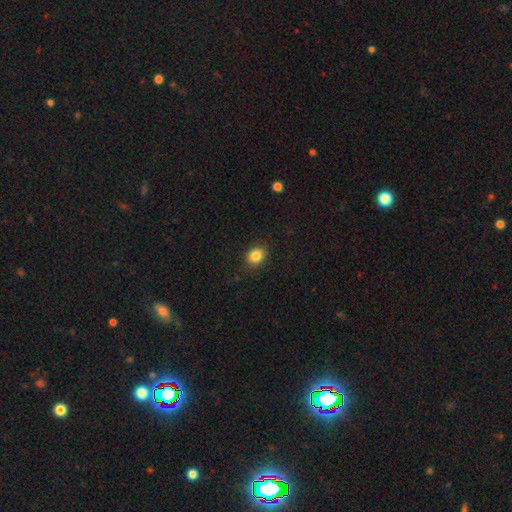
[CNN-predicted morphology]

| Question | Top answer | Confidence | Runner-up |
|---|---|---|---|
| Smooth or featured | smooth | 85% | star or artifact (10%) |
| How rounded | round | 58% | in between (41%) |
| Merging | none | 87% | minor disturbance (9%) |